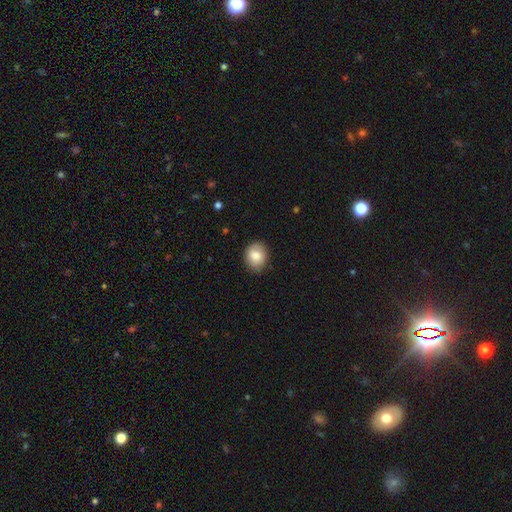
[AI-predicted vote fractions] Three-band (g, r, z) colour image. It shows a smooth galaxy with no disk features (83%) that is round (51%). Merging: none (81%).